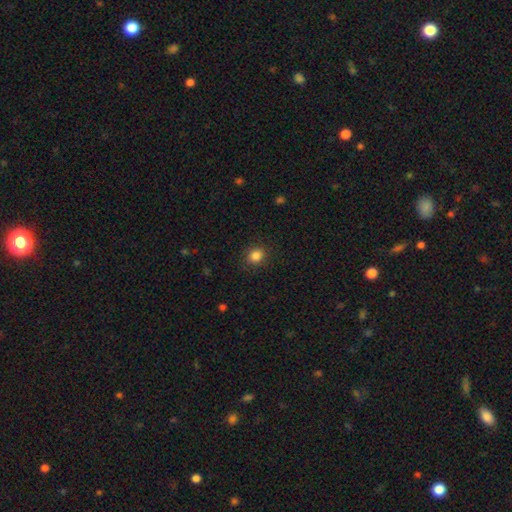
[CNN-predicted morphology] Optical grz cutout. It shows a smooth galaxy with no disk features (85%) that is round (77%). Merging: none (89%).